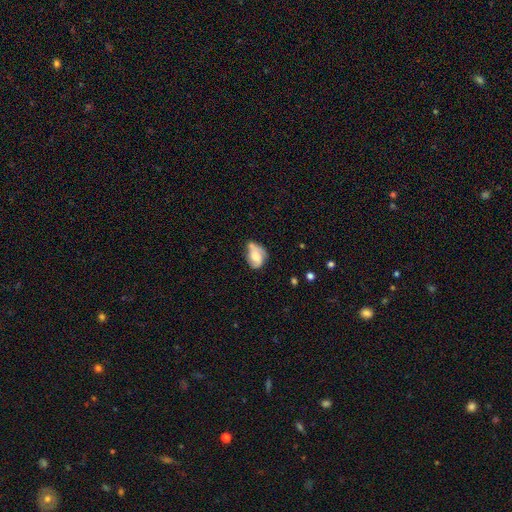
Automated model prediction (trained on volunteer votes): Smooth or featured: smooth — 50% (featured or disk — 42%)
Merging: minor disturbance — 35% (none — 33%)